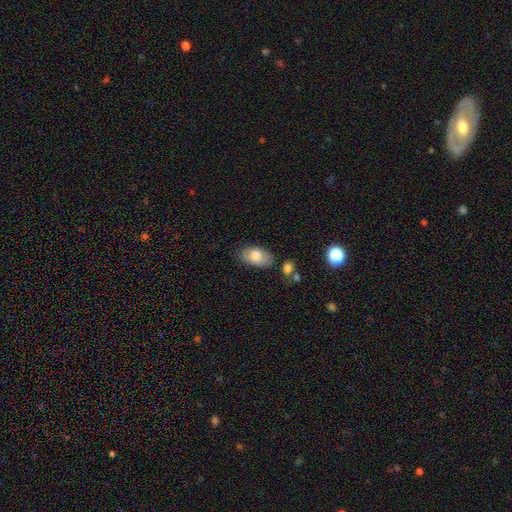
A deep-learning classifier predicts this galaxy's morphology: smooth 78%, featured or disk 15%, star or artifact 7%. Down the decision tree: how rounded — in between (93%); merging — none (71%).